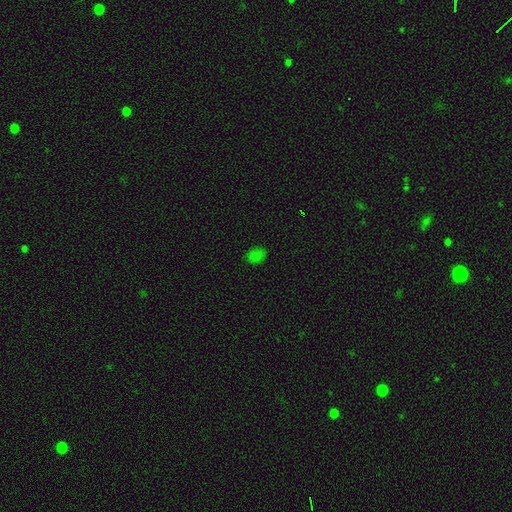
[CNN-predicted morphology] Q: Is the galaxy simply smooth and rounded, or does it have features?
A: smooth — 76%.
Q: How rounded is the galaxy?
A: in between — 54%.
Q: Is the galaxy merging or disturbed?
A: none — 83%.